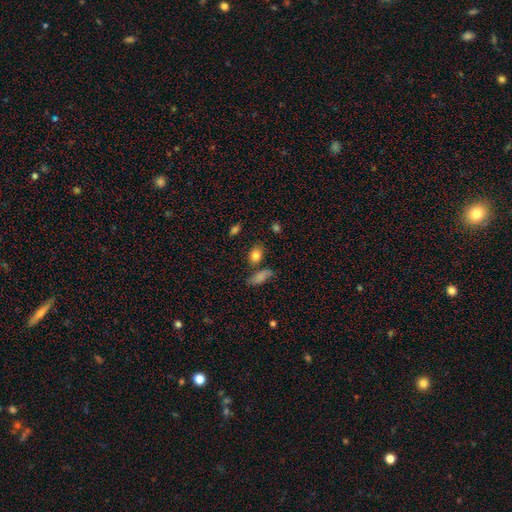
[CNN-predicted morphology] smooth_or_featured: smooth (p=0.83) [alt: star or artifact p=0.09]
how_rounded: in between (p=0.73) [alt: round p=0.23]
merging: none (p=0.68) [alt: minor disturbance p=0.15]